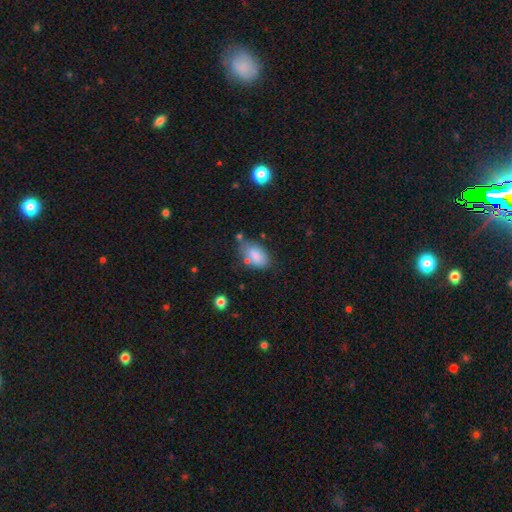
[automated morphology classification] smooth_or_featured: smooth (p=0.84) [alt: featured or disk p=0.08]
how_rounded: in between (p=0.93) [alt: round p=0.05]
merging: none (p=0.60) [alt: minor disturbance p=0.24]